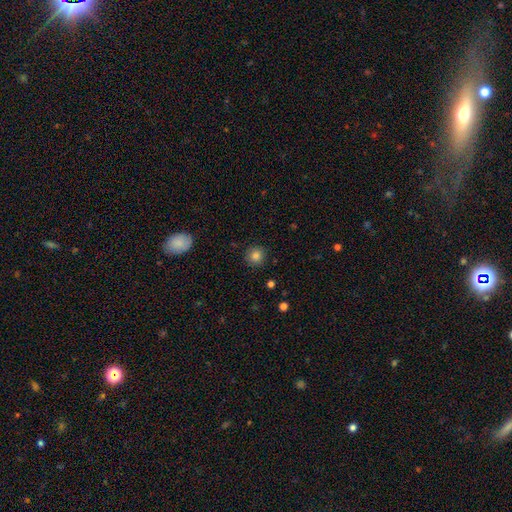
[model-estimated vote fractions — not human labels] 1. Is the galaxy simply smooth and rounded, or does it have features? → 84% smooth, 11% star or artifact, 5% featured or disk.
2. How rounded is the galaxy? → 94% round, 5% in between, 1% cigar-shaped.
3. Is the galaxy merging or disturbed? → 90% none, 7% minor disturbance, 2% major disturbance, 1% merger.